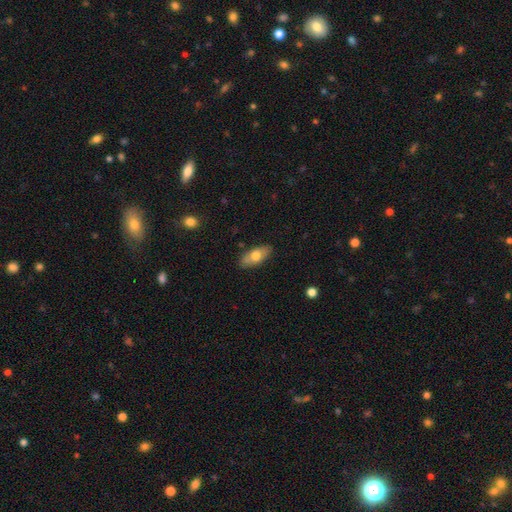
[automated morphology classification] Smooth or featured: smooth — 68% (featured or disk — 26%)
How rounded: in between — 85% (cigar-shaped — 11%)
Merging: none — 85% (minor disturbance — 11%)